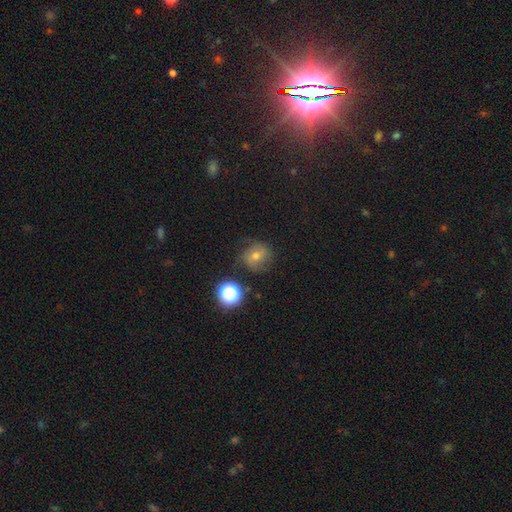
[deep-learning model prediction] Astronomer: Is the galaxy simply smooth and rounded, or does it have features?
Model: smooth — 45% (runner-up: featured or disk, 36%).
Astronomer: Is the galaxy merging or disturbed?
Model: none — 66%.